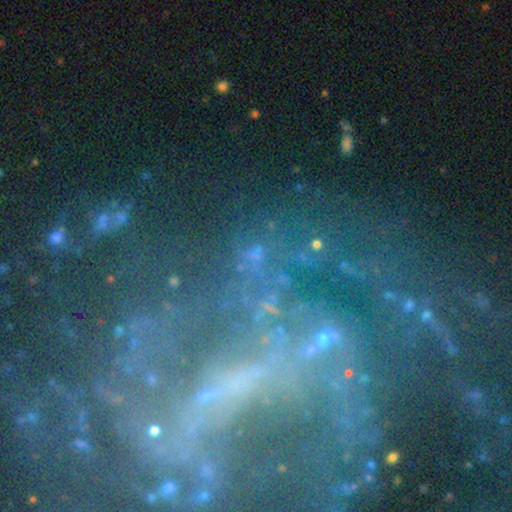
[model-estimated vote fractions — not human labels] Smooth or featured: star or artifact — 50% (featured or disk — 29%)